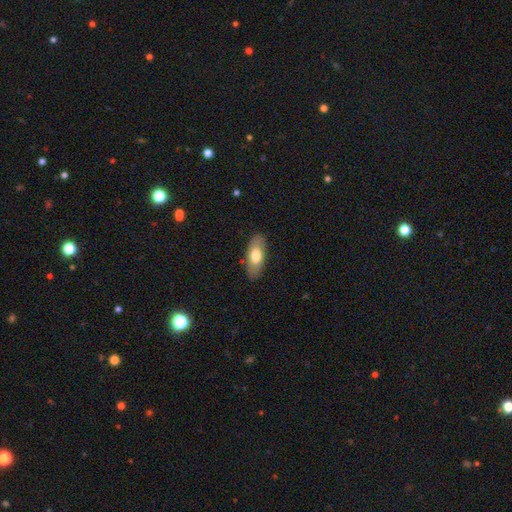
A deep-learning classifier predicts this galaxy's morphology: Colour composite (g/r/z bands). It shows a smooth galaxy with no disk features (69%) that is in between round and cigar-shaped (85%). Merging: none (84%).